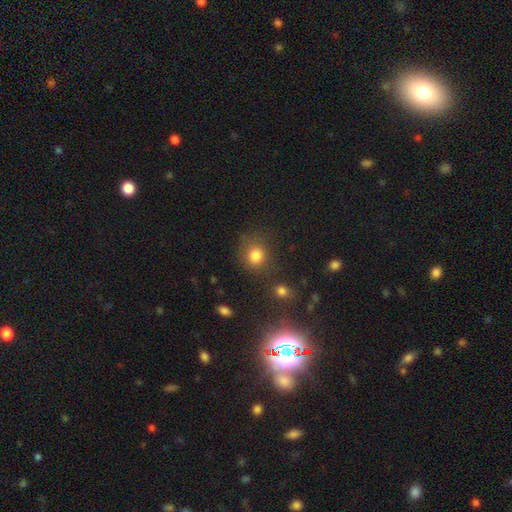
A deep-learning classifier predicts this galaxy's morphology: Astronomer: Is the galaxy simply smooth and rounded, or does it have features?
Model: smooth — 80%.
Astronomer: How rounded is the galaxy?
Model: round — 80%.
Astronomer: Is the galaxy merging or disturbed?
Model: none — 73%.